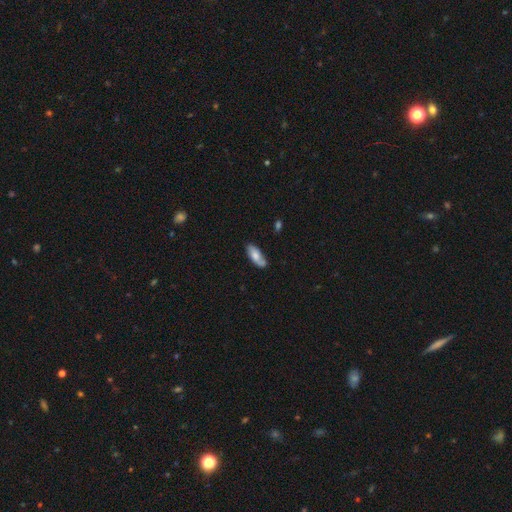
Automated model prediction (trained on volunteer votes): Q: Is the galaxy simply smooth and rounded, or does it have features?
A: smooth — 64%.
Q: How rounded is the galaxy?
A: in between — 81%.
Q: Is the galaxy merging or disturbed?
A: none — 70%.